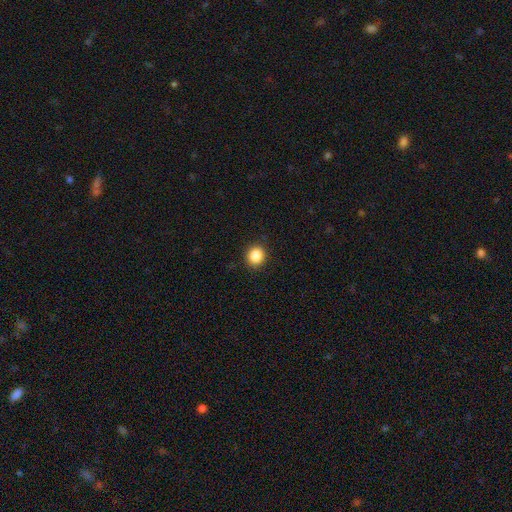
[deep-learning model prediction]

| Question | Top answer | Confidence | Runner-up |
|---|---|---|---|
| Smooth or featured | smooth | 87% | star or artifact (10%) |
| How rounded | round | 83% | in between (16%) |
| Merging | none | 91% | minor disturbance (7%) |